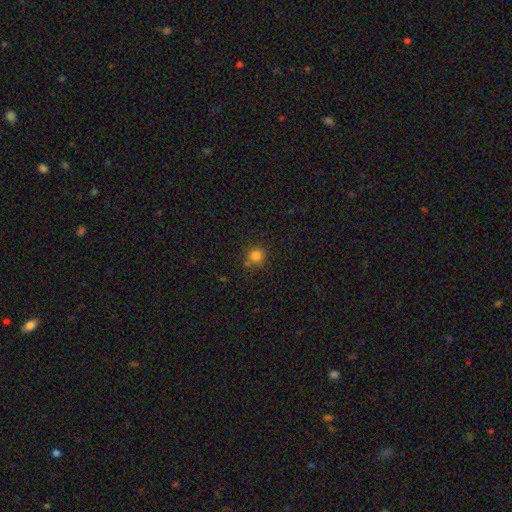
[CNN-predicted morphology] Overall: smooth (81%). How rounded: round (92%). Merging: none (76%).